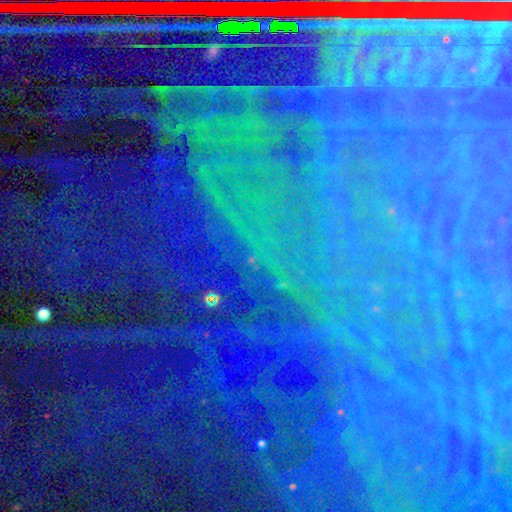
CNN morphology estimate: Smooth or featured? star or artifact (84%)